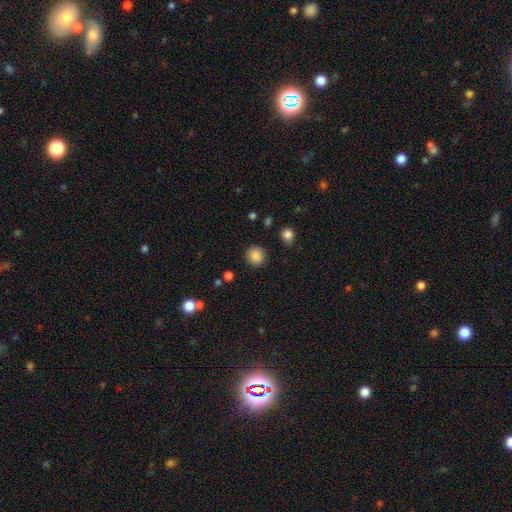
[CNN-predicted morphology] smooth_or_featured: smooth (p=0.87) [alt: star or artifact p=0.09]
how_rounded: round (p=0.91) [alt: in between p=0.08]
merging: none (p=0.89) [alt: minor disturbance p=0.07]